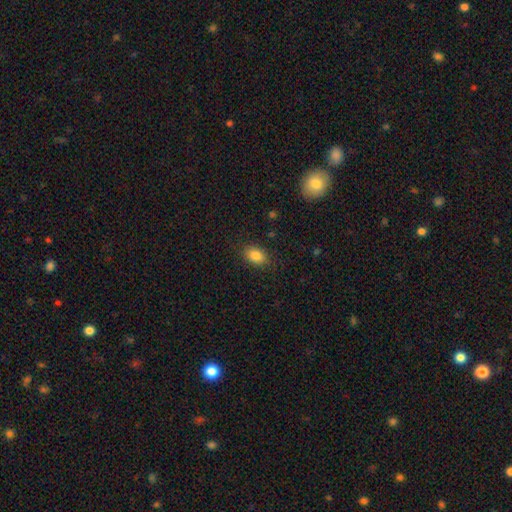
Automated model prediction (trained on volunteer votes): Overall: smooth (85%). How rounded: in between (81%). Merging: none (86%).